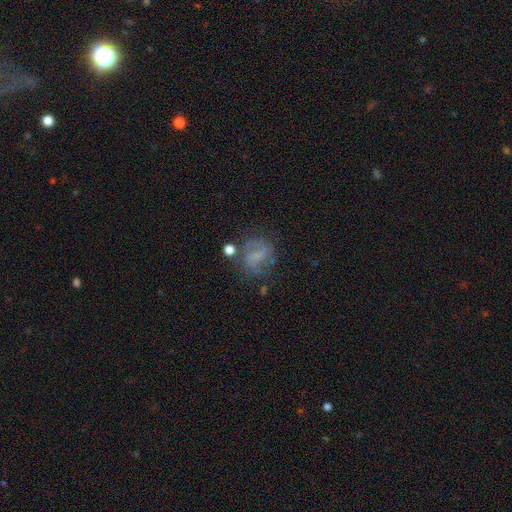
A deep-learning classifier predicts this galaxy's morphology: This appears to be a featured or disk galaxy (59%) with a weak bar (46%), spiral arms (78%) and a small central bulge (47%). Merging: none (59%).